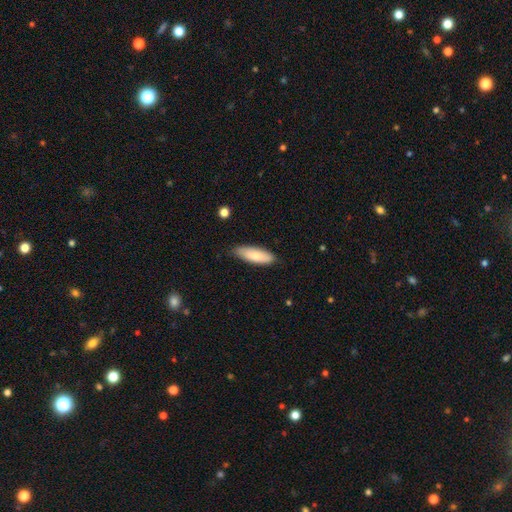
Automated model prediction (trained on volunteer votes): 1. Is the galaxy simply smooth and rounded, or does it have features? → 80% smooth, 15% featured or disk, 6% star or artifact.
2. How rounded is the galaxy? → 60% in between, 38% cigar-shaped, 2% round.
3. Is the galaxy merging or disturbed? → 79% none, 18% minor disturbance, 2% major disturbance, 1% merger.